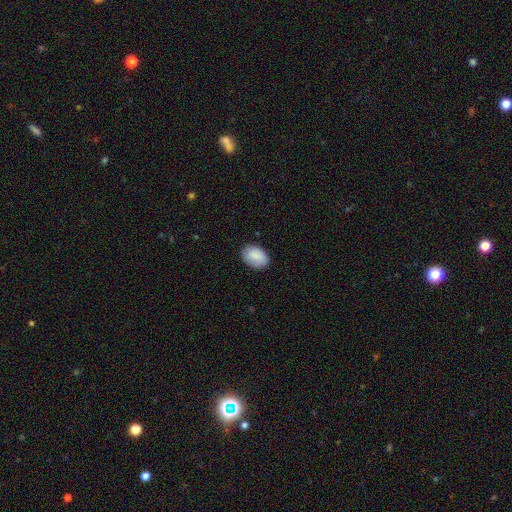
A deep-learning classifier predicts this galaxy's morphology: Smooth or featured? Predicted: smooth (p=0.88). How rounded? Predicted: in between (p=0.86). Merging? Predicted: none (p=0.83).